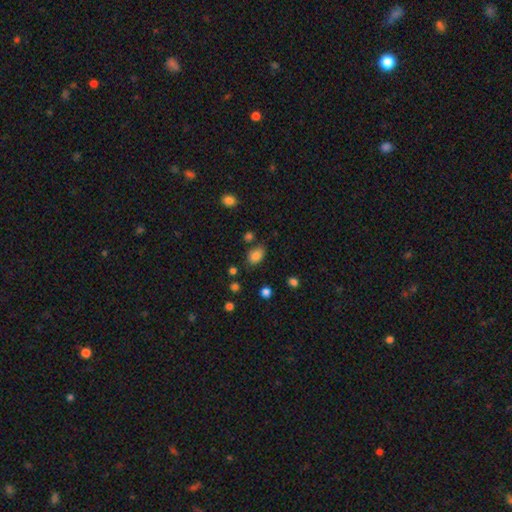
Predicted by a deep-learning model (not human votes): smooth 83%, star or artifact 11%, featured or disk 6%. Down the decision tree: how rounded — in between (82%); merging — none (74%).